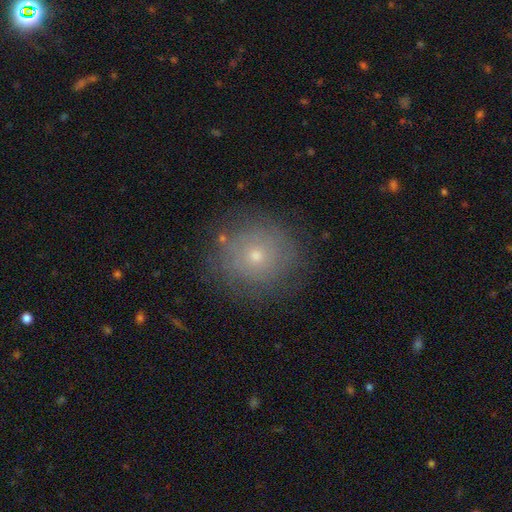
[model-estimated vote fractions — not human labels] smooth_or_featured: smooth (p=0.57) [alt: featured or disk p=0.29]
how_rounded: round (p=0.89) [alt: in between p=0.10]
merging: none (p=0.80) [alt: minor disturbance p=0.13]